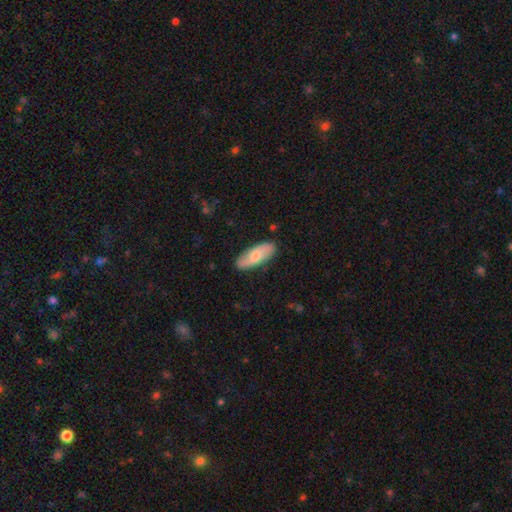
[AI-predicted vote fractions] smooth 61%, featured or disk 34%, star or artifact 5%. Down the decision tree: how rounded — in between (73%); merging — none (85%).